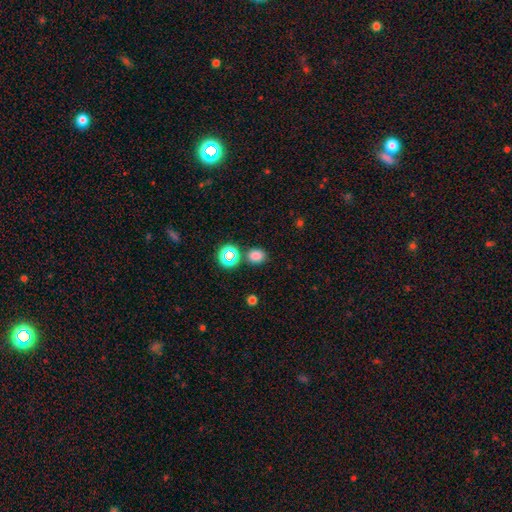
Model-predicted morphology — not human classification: smooth-or-featured: smooth: 76% | star or artifact: 19% | featured or disk: 5%
  how-rounded: round: 58% | in between: 41% | cigar-shaped: 1%
  merging: none: 79% | minor disturbance: 10% | merger: 8% | major disturbance: 3%